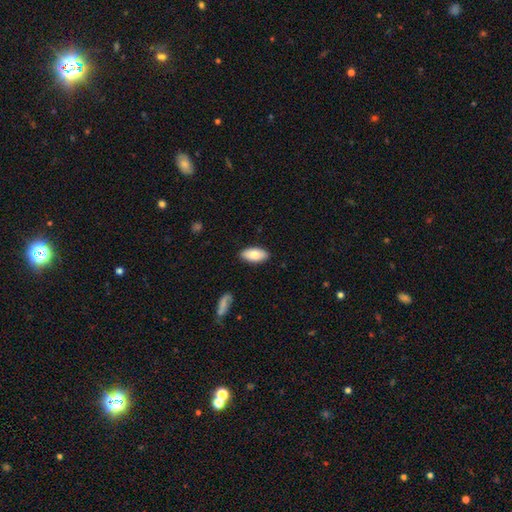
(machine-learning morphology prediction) smooth 79%, featured or disk 15%, star or artifact 6%. Down the decision tree: how rounded — in between (91%); merging — none (87%).